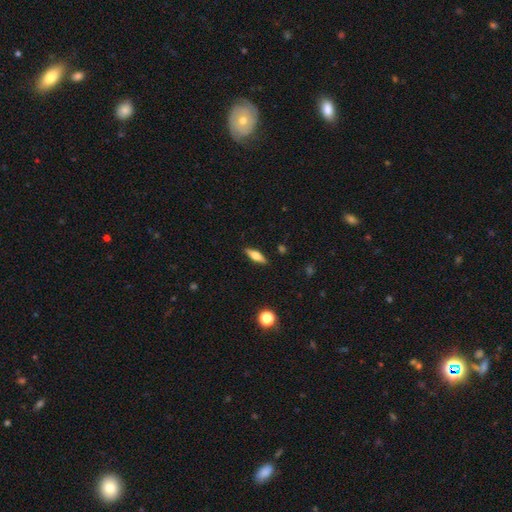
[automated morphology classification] type=featured or disk (51%); edge-on=yes (93%); merging=none (89%).